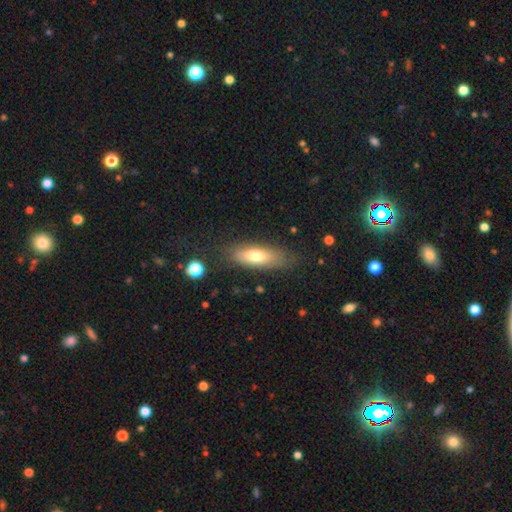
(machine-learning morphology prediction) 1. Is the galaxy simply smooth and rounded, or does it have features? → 70% smooth, 23% featured or disk, 7% star or artifact.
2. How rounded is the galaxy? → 62% in between, 36% cigar-shaped, 2% round.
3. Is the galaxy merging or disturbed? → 74% none, 18% minor disturbance, 6% major disturbance, 2% merger.